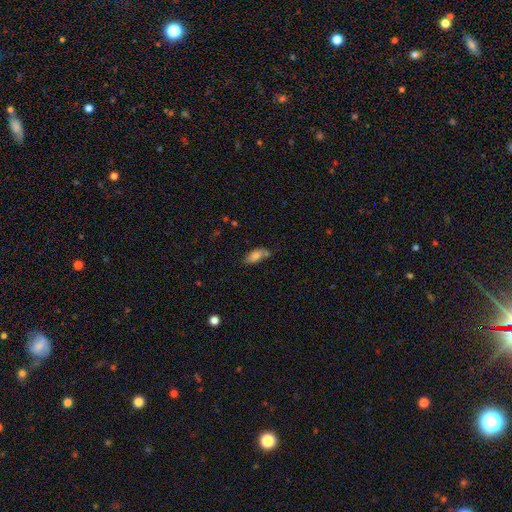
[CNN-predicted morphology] The model was most divided on "merging": none: 60%, minor disturbance: 20%, merger: 15%, major disturbance: 5%. More confident: how rounded — in between (85%); smooth or featured — smooth (77%).